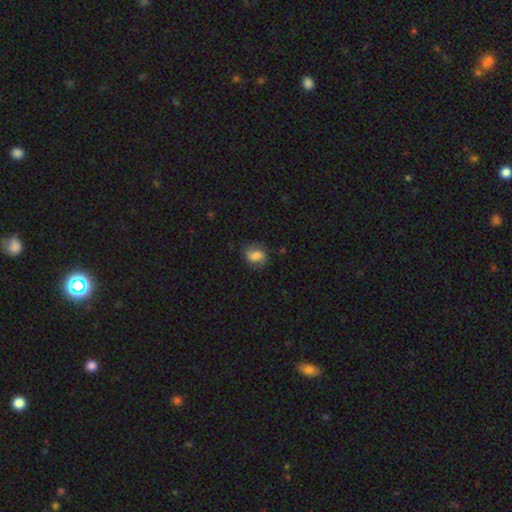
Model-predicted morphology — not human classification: Smooth or featured? smooth (58%)
How rounded? in between (57%)
Merging? none (70%)